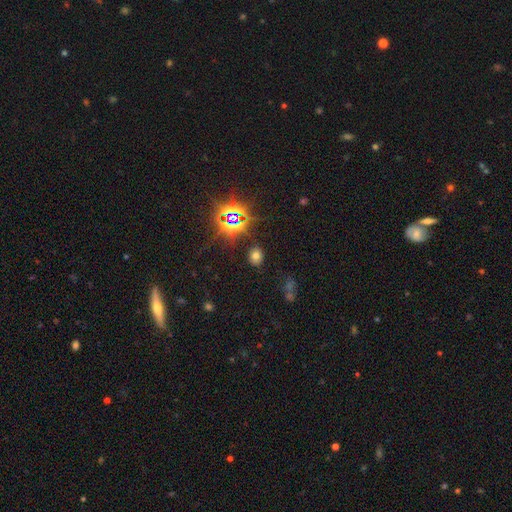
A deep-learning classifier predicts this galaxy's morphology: Smooth or featured?
  - smooth: 61% *
  - star or artifact: 30%
  - featured or disk: 9%
How rounded?
  - round: 50% *
  - in between: 48%
  - cigar-shaped: 1%
Merging?
  - none: 86% *
  - minor disturbance: 9%
  - major disturbance: 3%
  - merger: 2%